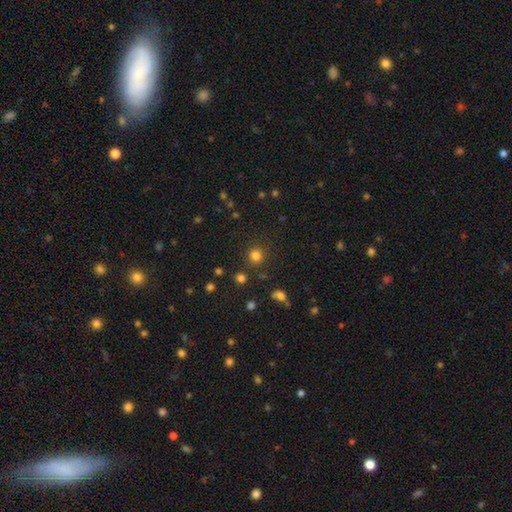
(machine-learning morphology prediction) This is likely a smooth galaxy (80%). How rounded: clearly round (92%). Merging: clearly none (86%).